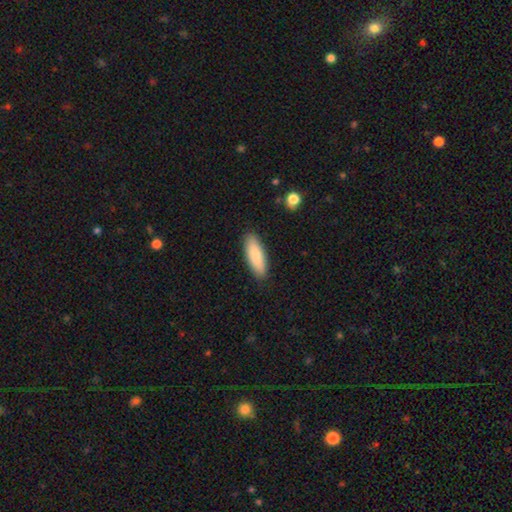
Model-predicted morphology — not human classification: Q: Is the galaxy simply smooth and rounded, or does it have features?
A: smooth — 84%.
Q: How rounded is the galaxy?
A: in between — 58%.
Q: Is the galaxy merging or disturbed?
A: none — 88%.